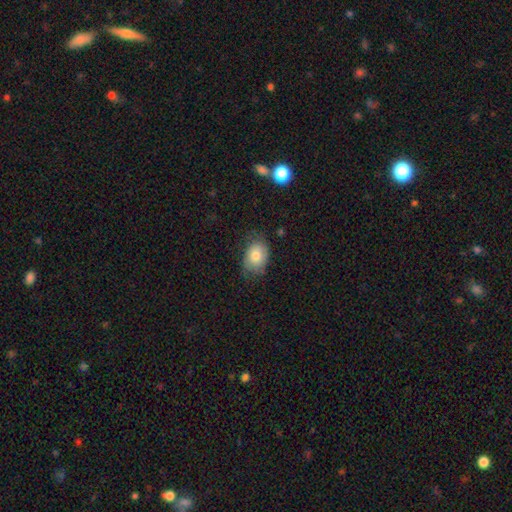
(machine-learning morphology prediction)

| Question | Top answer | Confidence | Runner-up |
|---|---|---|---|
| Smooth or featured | smooth | 73% | featured or disk (19%) |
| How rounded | in between | 76% | round (23%) |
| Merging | none | 61% | minor disturbance (28%) |